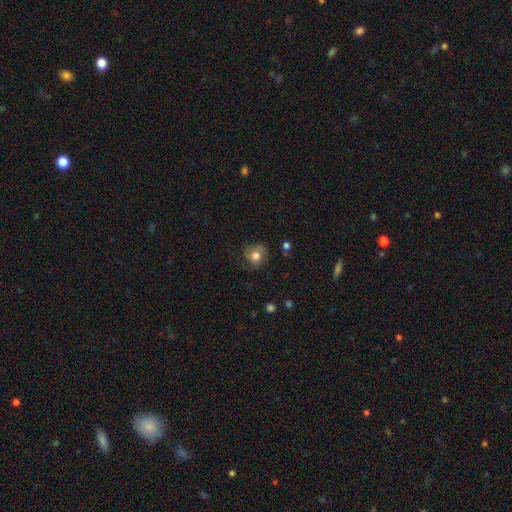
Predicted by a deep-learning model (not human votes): Smooth or featured: smooth — 66% (featured or disk — 24%)
How rounded: round — 80% (in between — 19%)
Merging: none — 66% (minor disturbance — 21%)